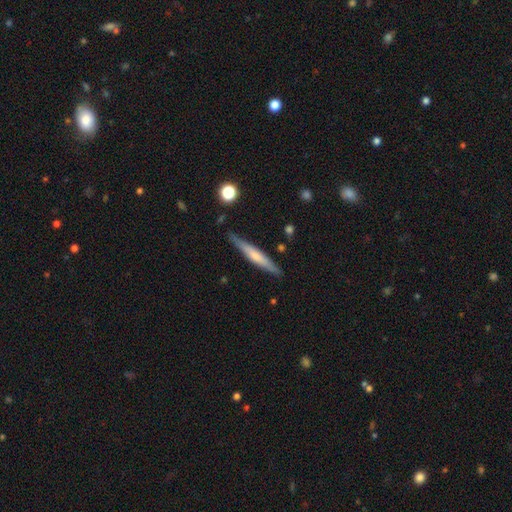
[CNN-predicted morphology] The model was most divided on "smooth or featured": smooth: 49%, featured or disk: 45%, star or artifact: 6%. More confident: merging — none (84%).